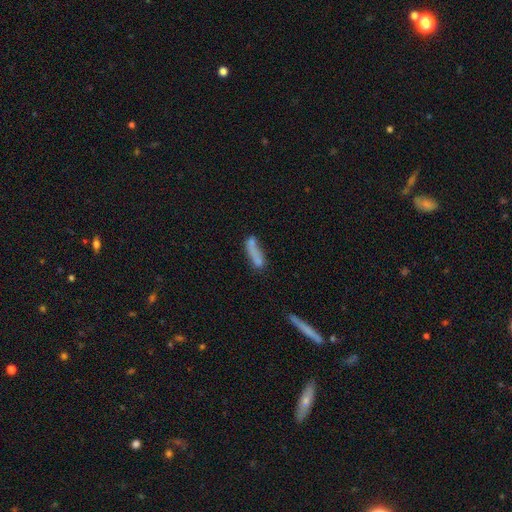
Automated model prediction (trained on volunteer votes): smooth-or-featured: smooth: 69% | featured or disk: 20% | star or artifact: 11%
  how-rounded: cigar-shaped: 58% | in between: 39% | round: 4%
  merging: none: 37% | merger: 31% | minor disturbance: 18% | major disturbance: 13%